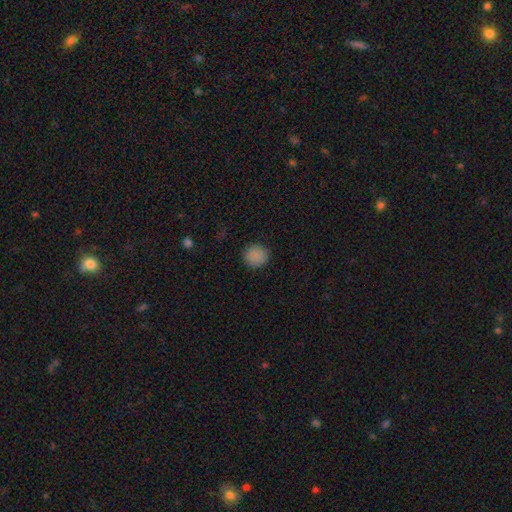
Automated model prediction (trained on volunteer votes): smooth-or-featured: smooth: 86% | star or artifact: 10% | featured or disk: 3%
  how-rounded: round: 93% | in between: 6% | cigar-shaped: 1%
  merging: none: 90% | minor disturbance: 6% | major disturbance: 2% | merger: 1%